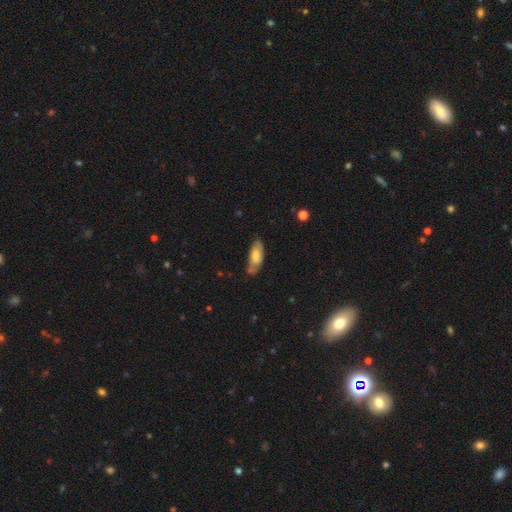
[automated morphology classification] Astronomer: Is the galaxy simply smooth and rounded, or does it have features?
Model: smooth — 59%.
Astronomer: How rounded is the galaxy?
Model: in between — 72%.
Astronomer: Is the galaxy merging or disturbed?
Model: none — 62%.